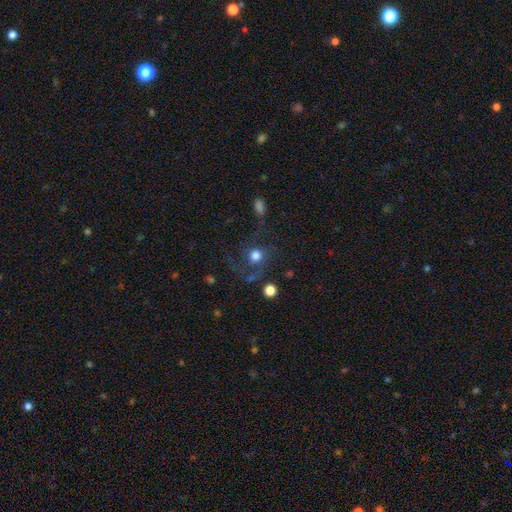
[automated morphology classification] This appears to be a smooth galaxy with no disk features (49%). Merging: none (53%).